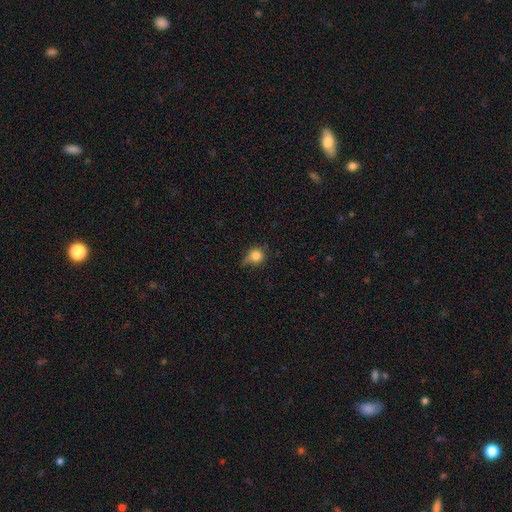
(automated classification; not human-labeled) A smooth galaxy with no disk features (79%) that is round (81%). Merging: none (48%).